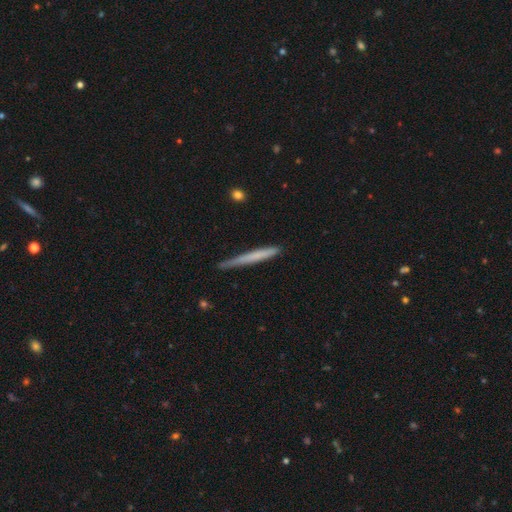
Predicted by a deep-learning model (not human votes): Overall: smooth (62%; featured or disk 33%). How rounded: cigar-shaped (97%). Merging: none (81%).